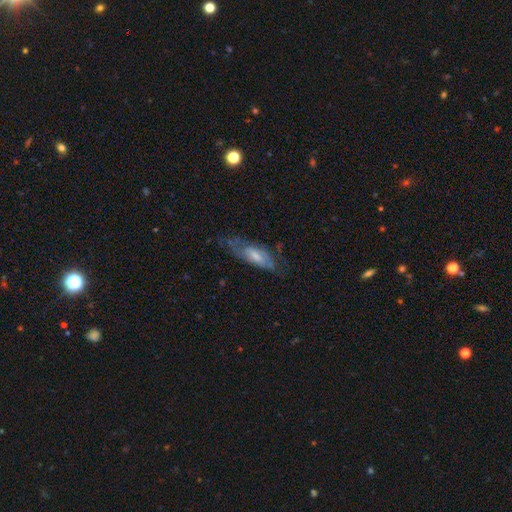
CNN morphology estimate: type=featured or disk (54%); edge-on=no (79%); merging=none (47%).